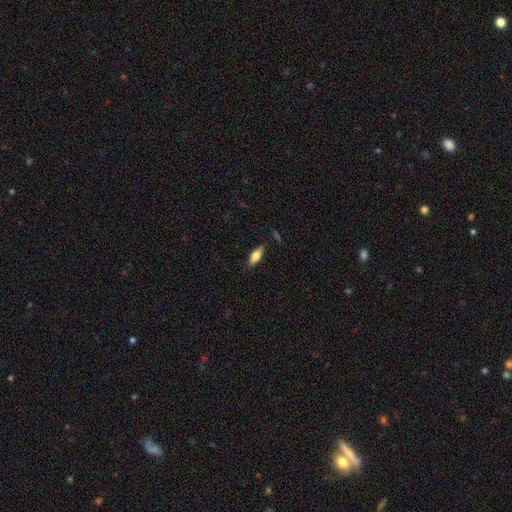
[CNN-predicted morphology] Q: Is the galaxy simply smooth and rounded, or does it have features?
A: smooth — 68%.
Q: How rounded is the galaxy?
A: in between — 74%.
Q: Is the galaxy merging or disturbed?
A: none — 83%.